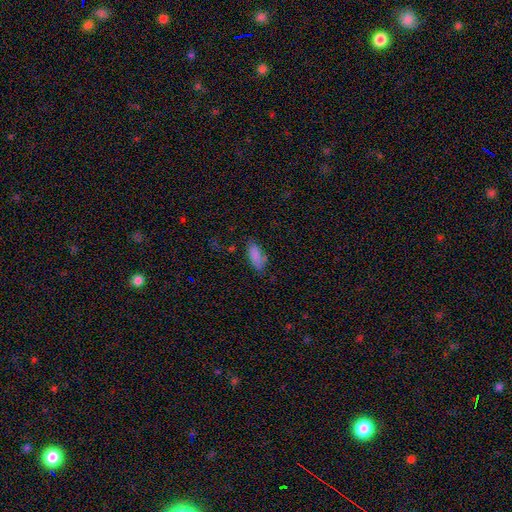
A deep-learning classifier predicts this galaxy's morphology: Smooth or featured? smooth (84%)
How rounded? in between (82%)
Merging? none (67%)